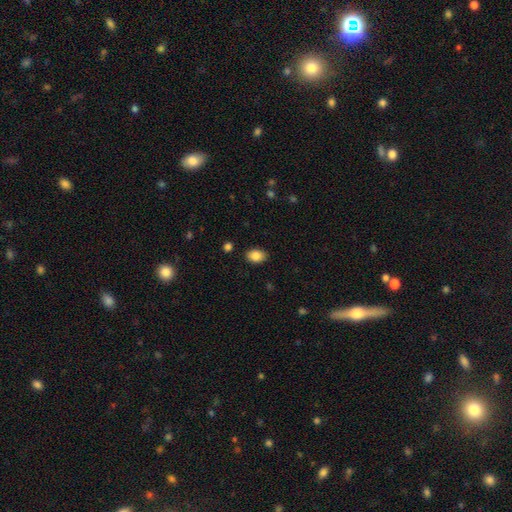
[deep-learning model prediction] Q: Smooth or featured?
A: smooth (86%); runner-up: star or artifact (8%)
Q: How rounded?
A: in between (83%); runner-up: round (16%)
Q: Merging?
A: none (87%); runner-up: minor disturbance (9%)